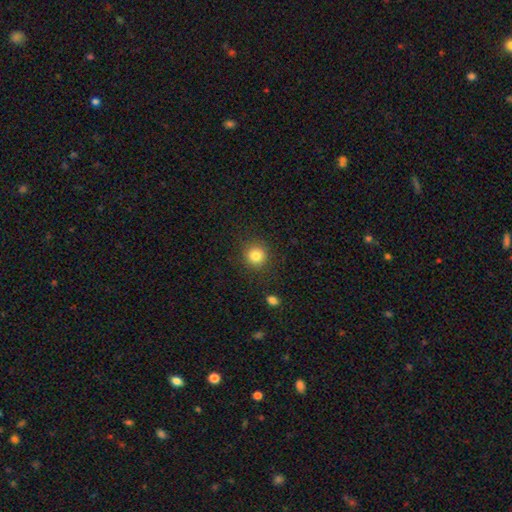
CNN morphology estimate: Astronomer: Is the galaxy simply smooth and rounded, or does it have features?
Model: smooth — 83%.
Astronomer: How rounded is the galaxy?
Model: round — 93%.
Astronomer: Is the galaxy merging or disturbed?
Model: none — 89%.